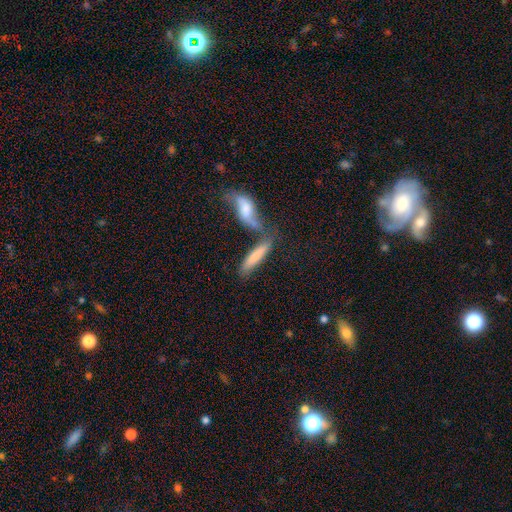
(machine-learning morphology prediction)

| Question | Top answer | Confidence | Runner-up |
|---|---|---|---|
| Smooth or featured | smooth | 71% | featured or disk (22%) |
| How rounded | cigar-shaped | 76% | in between (22%) |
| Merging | none | 44% | merger (38%) |